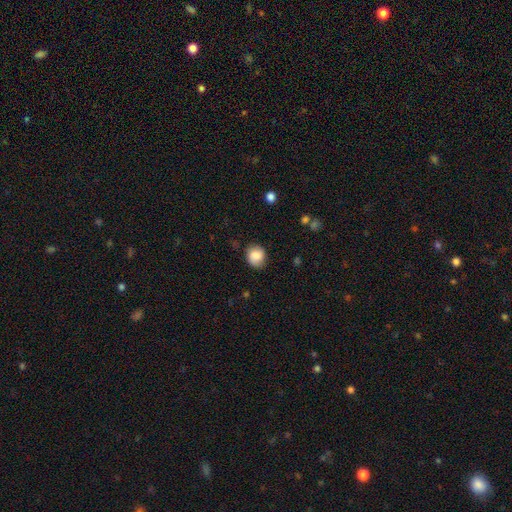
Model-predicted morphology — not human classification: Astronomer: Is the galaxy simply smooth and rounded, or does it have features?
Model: smooth — 83%.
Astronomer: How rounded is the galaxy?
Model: round — 74%.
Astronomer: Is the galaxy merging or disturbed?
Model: none — 78%.